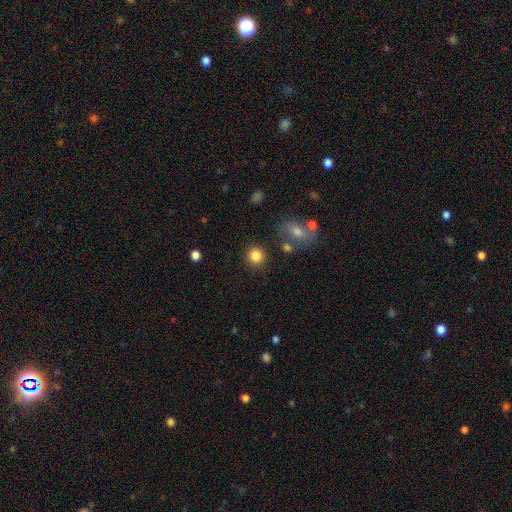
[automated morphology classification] Smooth or featured? Predicted: smooth (p=0.84). How rounded? Predicted: round (p=0.89). Merging? Predicted: none (p=0.85).